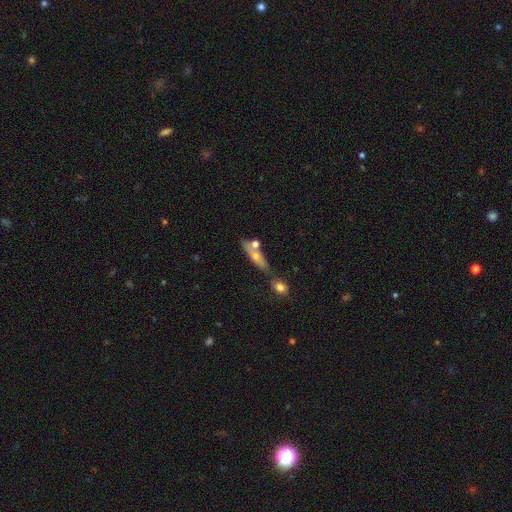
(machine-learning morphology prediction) Smooth or featured?
  - smooth: 56% *
  - featured or disk: 36%
  - star or artifact: 8%
How rounded?
  - cigar-shaped: 60% *
  - in between: 35%
  - round: 5%
Merging?
  - none: 52% *
  - merger: 26%
  - minor disturbance: 16%
  - major disturbance: 6%